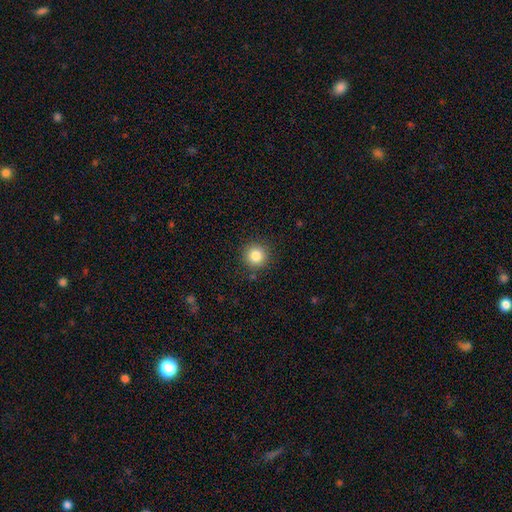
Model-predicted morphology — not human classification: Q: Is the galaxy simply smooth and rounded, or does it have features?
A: smooth — 84%.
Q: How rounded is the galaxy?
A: round — 95%.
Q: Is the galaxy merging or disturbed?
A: none — 90%.